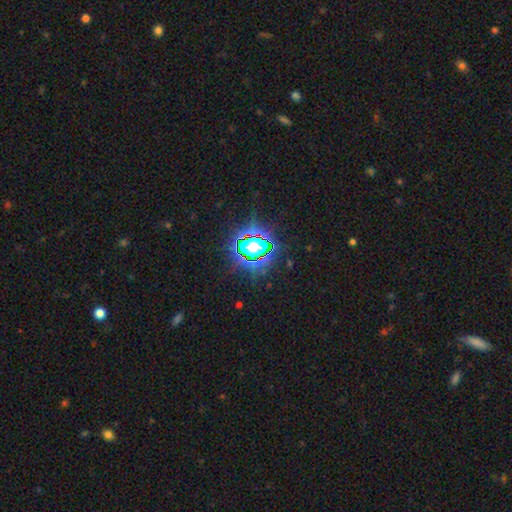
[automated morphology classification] The model was most divided on "smooth or featured": star or artifact: 81%, smooth: 12%, featured or disk: 7%.